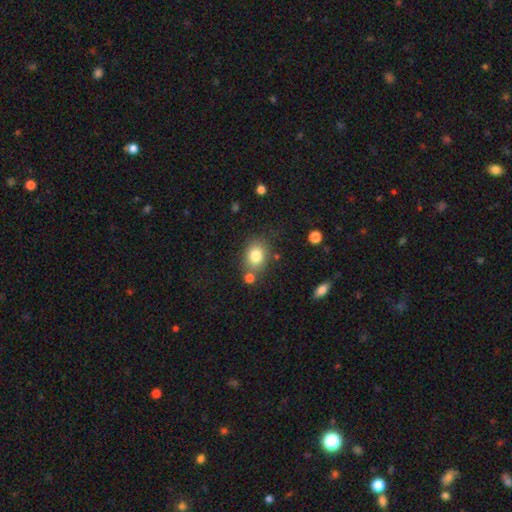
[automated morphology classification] Smooth or featured? smooth (80%)
How rounded? in between (58%)
Merging? none (71%)